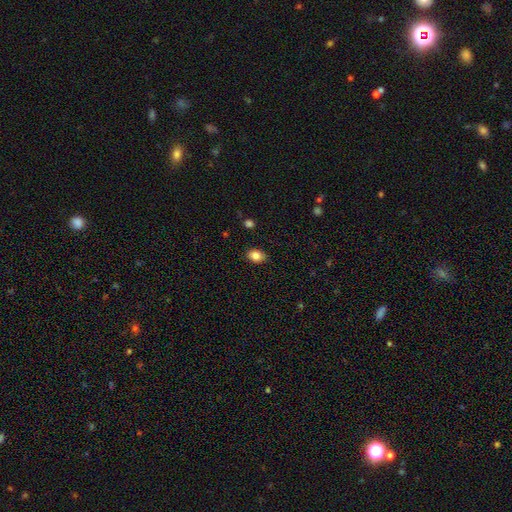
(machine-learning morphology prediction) A smooth galaxy with no disk features (84%) that is in between round and cigar-shaped (77%). Merging: none (87%).